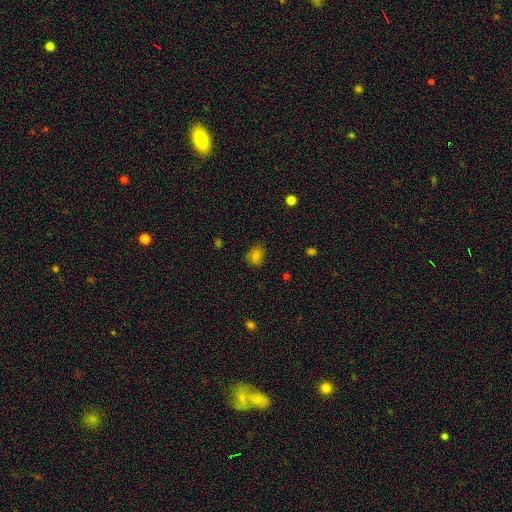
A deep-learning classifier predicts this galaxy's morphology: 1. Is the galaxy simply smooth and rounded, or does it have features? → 78% smooth, 13% star or artifact, 9% featured or disk.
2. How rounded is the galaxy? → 54% in between, 45% round, 1% cigar-shaped.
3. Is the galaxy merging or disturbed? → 77% none, 18% minor disturbance, 4% major disturbance, 1% merger.